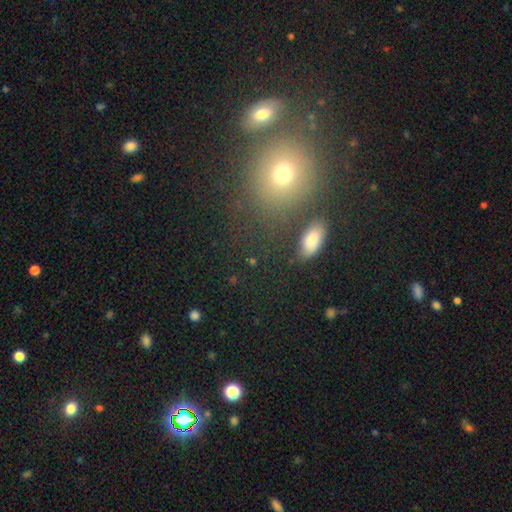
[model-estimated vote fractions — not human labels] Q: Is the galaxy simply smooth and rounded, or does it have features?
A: smooth — 52%.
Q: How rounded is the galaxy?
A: round — 71%.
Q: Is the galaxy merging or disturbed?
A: none — 71%.